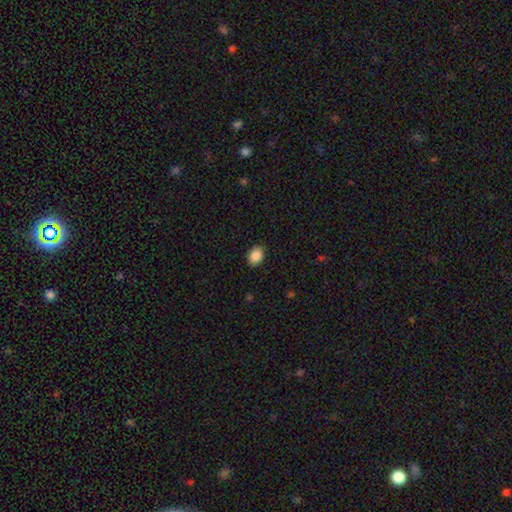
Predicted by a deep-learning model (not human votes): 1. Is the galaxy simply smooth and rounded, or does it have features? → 88% smooth, 8% star or artifact, 4% featured or disk.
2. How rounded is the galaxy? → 71% in between, 28% round, 1% cigar-shaped.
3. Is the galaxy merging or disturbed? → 88% none, 9% minor disturbance, 2% major disturbance, 1% merger.